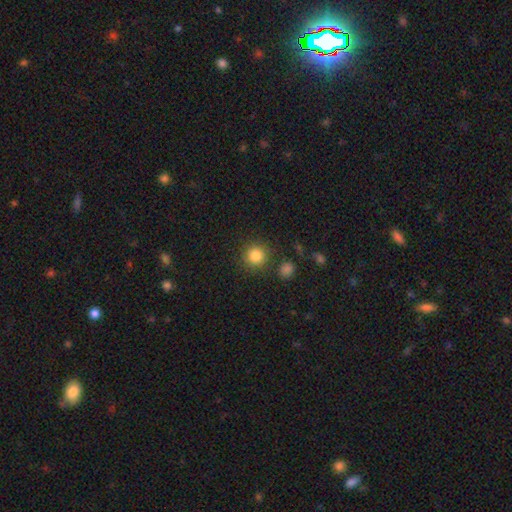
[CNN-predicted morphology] Q: Smooth or featured?
A: smooth (84%); runner-up: star or artifact (11%)
Q: How rounded?
A: round (93%); runner-up: in between (6%)
Q: Merging?
A: none (85%); runner-up: minor disturbance (8%)